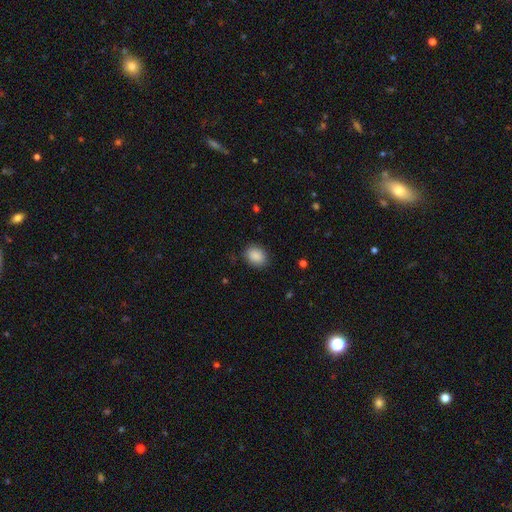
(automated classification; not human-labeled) This appears to be a smooth galaxy with no disk features (89%) that is in between round and cigar-shaped (60%). Merging: none (86%).